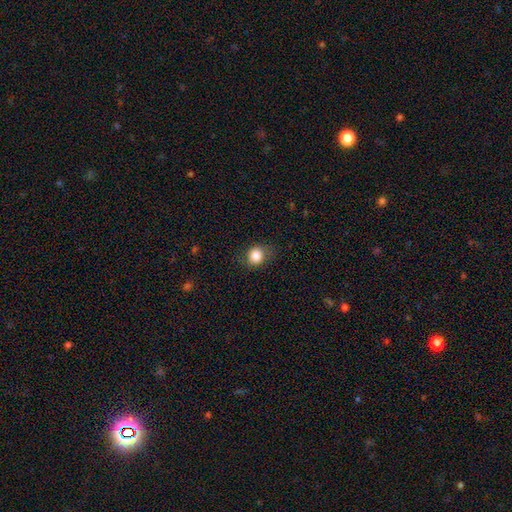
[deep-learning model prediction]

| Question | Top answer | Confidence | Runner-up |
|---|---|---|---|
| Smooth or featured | smooth | 84% | star or artifact (10%) |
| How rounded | round | 72% | in between (27%) |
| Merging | none | 77% | minor disturbance (17%) |